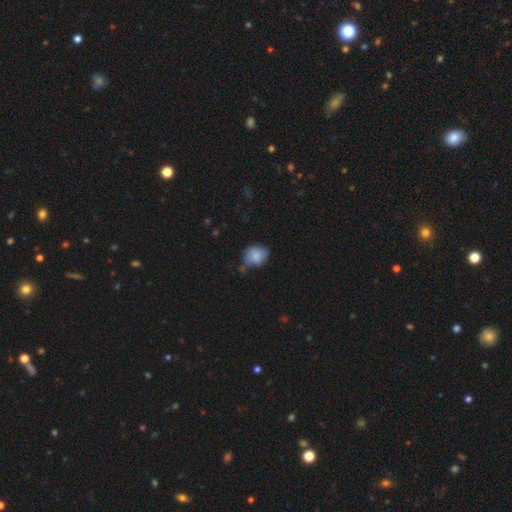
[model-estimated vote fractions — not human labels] Smooth or featured? smooth (79%)
How rounded? round (58%)
Merging? none (53%)